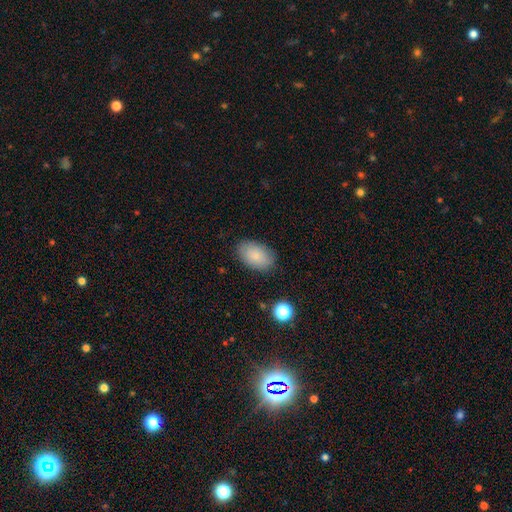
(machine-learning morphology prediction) Smooth or featured? Predicted: smooth (p=0.83). How rounded? Predicted: in between (p=0.90). Merging? Predicted: none (p=0.85).